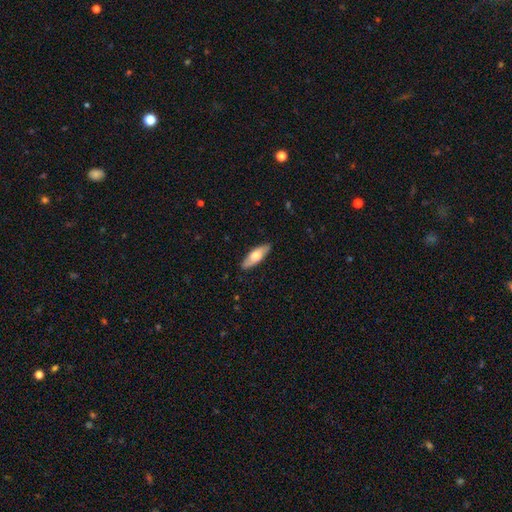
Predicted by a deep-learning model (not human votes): The model was most divided on "how rounded": in between: 60%, cigar-shaped: 38%, round: 2%. More confident: merging — none (87%); smooth or featured — smooth (60%).